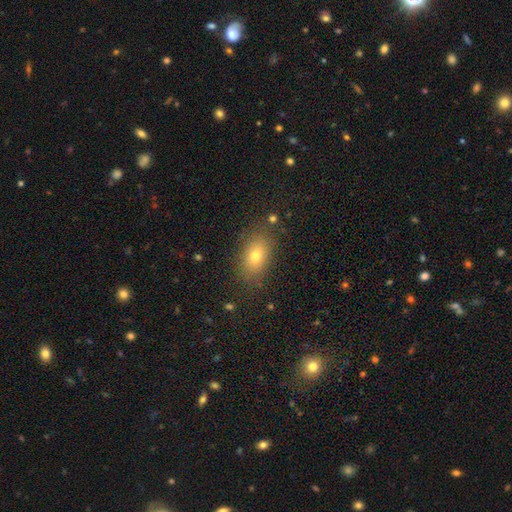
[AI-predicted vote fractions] Morphology: type=smooth (74%); roundness=in between (84%); merging=none (83%).